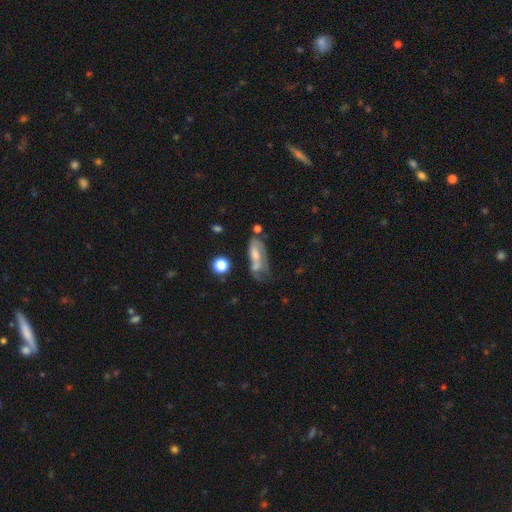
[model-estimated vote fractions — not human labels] Q: Smooth or featured?
A: smooth (48%); runner-up: featured or disk (43%)
Q: Merging?
A: none (28%); runner-up: major disturbance (24%)